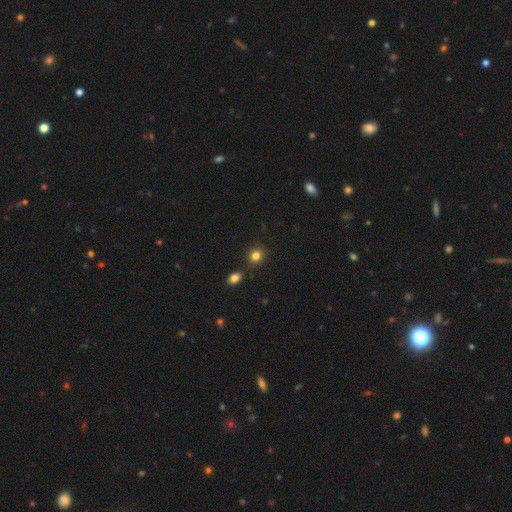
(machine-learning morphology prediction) A smooth galaxy with no disk features (82%) that is round (79%).

Vote fractions:
- Smooth or featured? smooth: 82% / star or artifact: 13% / featured or disk: 5%
- How rounded? round: 79% / in between: 20% / cigar-shaped: 1%
- Merging? none: 81% / minor disturbance: 9% / merger: 7% / major disturbance: 2%